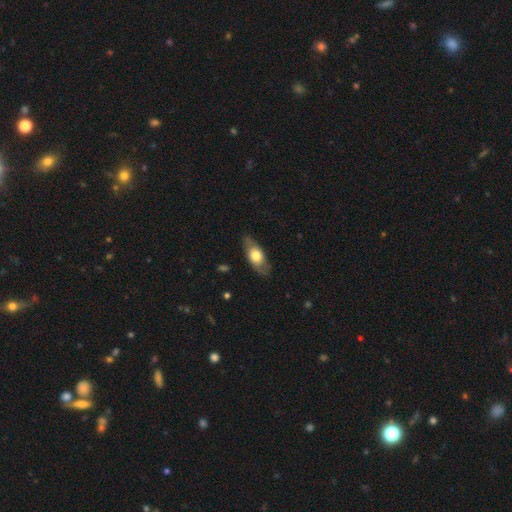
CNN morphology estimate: A smooth galaxy with no disk features (59%) that is in between round and cigar-shaped (79%). Merging: none (79%).